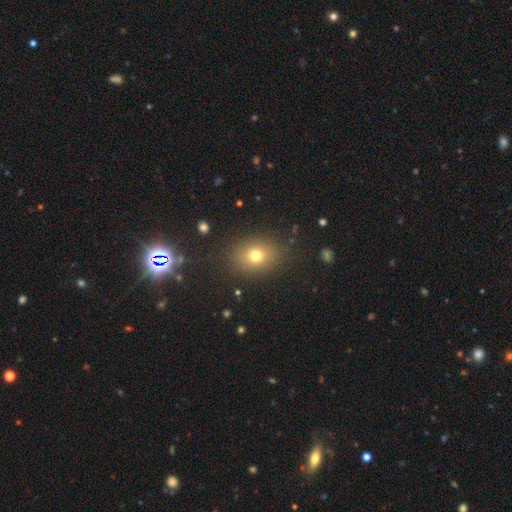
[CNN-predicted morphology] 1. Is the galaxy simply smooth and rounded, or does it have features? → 74% smooth, 15% star or artifact, 11% featured or disk.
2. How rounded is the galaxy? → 51% in between, 48% round, 1% cigar-shaped.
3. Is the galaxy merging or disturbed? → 84% none, 10% minor disturbance, 4% major disturbance, 2% merger.